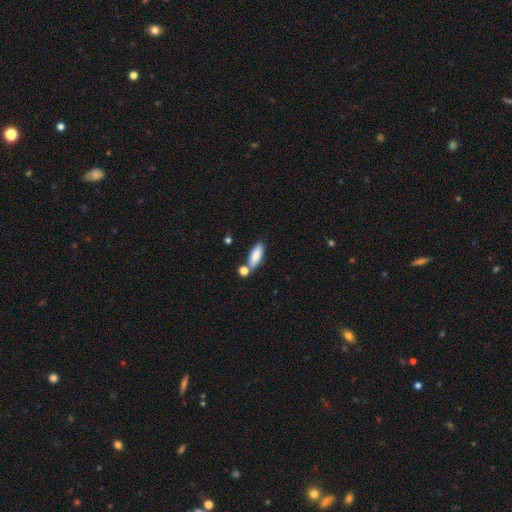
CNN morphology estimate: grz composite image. It shows a smooth galaxy with no disk features (86%) that is in between round and cigar-shaped (69%). Merging: none (63%).